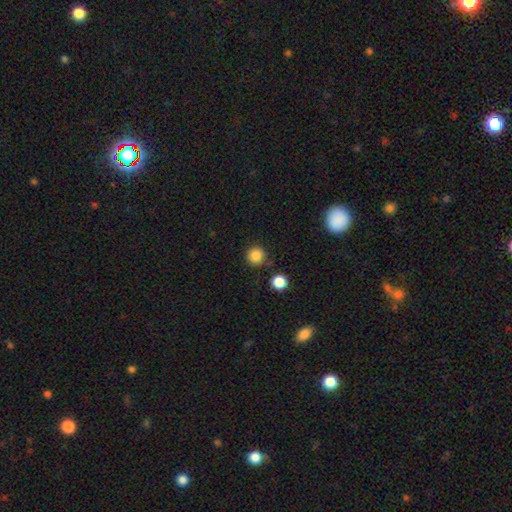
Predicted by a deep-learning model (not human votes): The model was most divided on "smooth or featured": smooth: 85%, star or artifact: 11%, featured or disk: 4%. More confident: how rounded — round (93%); merging — none (83%).